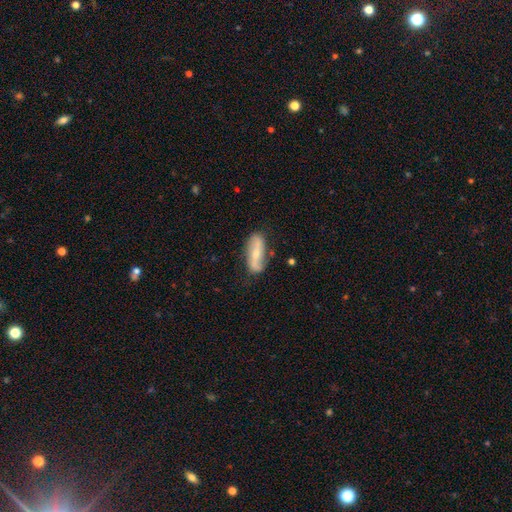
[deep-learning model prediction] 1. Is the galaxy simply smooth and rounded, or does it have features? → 61% featured or disk, 33% smooth, 6% star or artifact.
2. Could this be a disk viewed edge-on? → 86% no, 14% yes.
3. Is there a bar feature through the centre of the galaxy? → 37% no, 36% strong, 28% weak.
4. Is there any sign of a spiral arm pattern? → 82% yes, 18% no.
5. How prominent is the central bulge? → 55% small, 40% moderate, 2% none, 2% large, 1% dominant.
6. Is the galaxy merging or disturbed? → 76% none, 17% minor disturbance, 4% major disturbance, 2% merger.